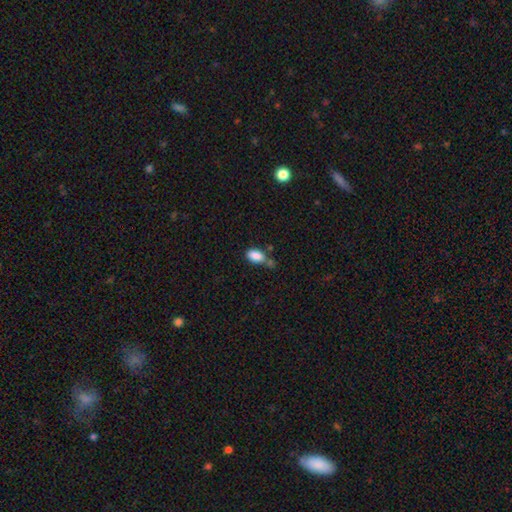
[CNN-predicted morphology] smooth-or-featured: smooth: 86% | star or artifact: 9% | featured or disk: 5%
  how-rounded: in between: 91% | round: 6% | cigar-shaped: 3%
  merging: none: 49% | merger: 24% | minor disturbance: 21% | major disturbance: 6%